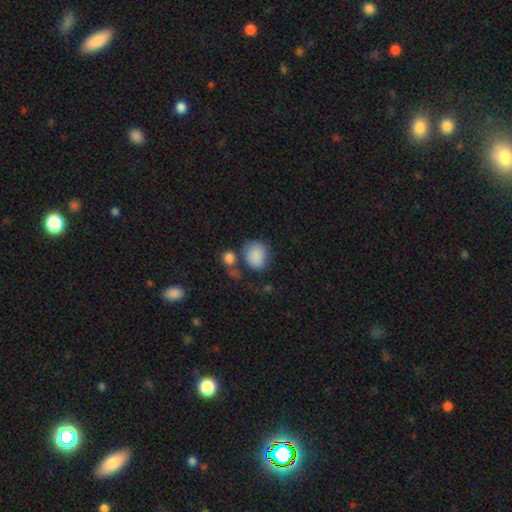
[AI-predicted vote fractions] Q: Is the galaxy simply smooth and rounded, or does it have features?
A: smooth — 86%.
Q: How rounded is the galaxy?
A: round — 57%.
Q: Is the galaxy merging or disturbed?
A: none — 51%.